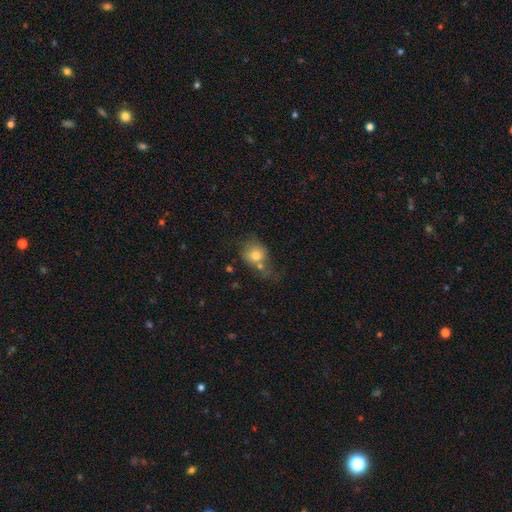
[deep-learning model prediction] smooth_or_featured: smooth (p=0.75) [alt: featured or disk p=0.16]
how_rounded: round (p=0.70) [alt: in between p=0.28]
merging: merger (p=0.34) [alt: none p=0.32]